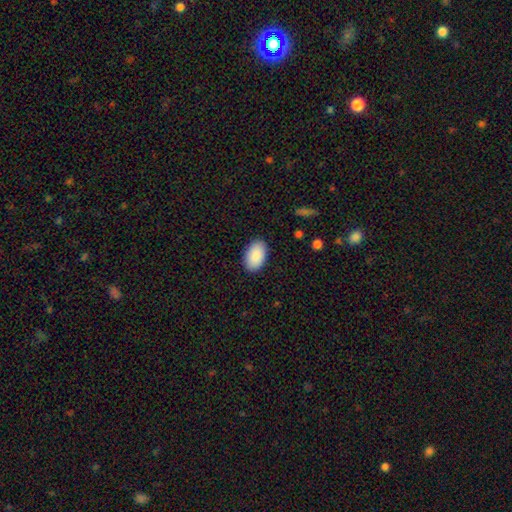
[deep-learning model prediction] Overall: smooth (91%). How rounded: in between (94%). Merging: none (89%).